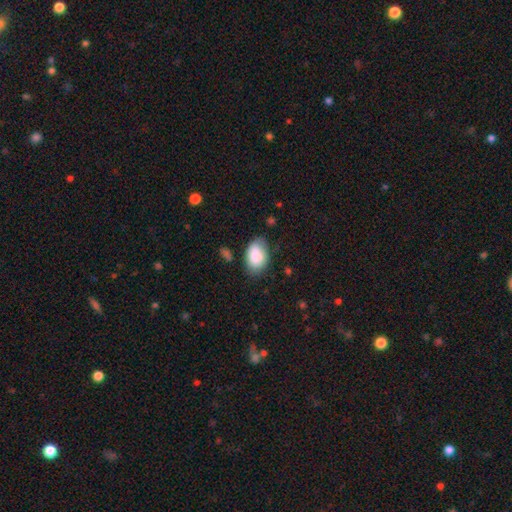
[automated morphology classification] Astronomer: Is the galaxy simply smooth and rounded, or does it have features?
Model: smooth — 86%.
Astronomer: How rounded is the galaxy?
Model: in between — 90%.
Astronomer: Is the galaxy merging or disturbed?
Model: none — 68%.